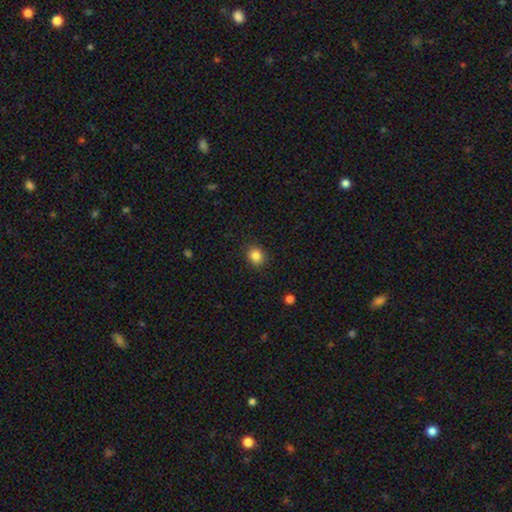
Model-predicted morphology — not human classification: This appears to be a smooth galaxy with no disk features (85%) that is round (73%). Merging: none (88%).